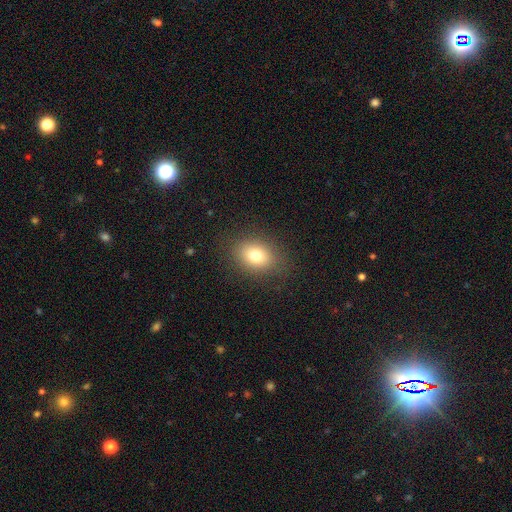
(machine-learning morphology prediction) The model was most divided on "how rounded": in between: 64%, round: 35%, cigar-shaped: 1%. More confident: merging — none (85%); smooth or featured — smooth (77%).